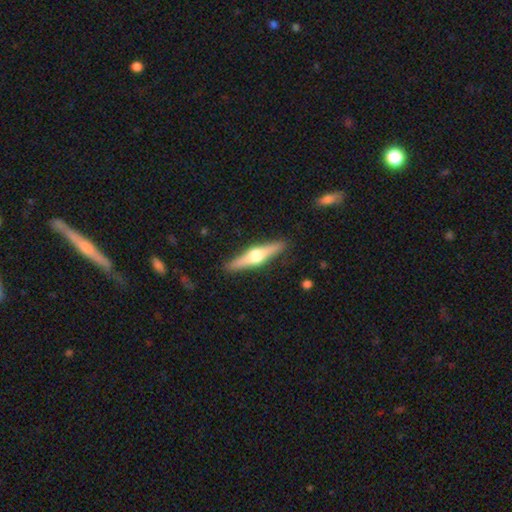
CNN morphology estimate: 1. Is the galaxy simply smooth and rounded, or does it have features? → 70% featured or disk, 25% smooth, 5% star or artifact.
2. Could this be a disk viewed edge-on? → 97% yes, 3% no.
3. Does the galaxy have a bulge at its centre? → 96% rounded, 3% boxy, 2% none.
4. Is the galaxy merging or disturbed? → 90% none, 7% minor disturbance, 2% major disturbance, 1% merger.